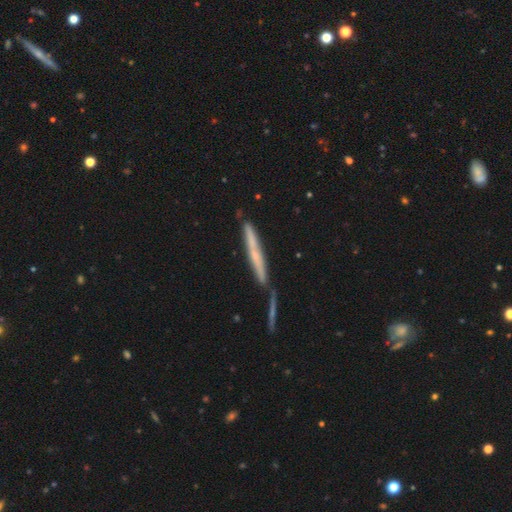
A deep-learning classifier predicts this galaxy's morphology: Smooth or featured: featured or disk — 48% (smooth — 44%)
Merging: none — 57% (merger — 23%)